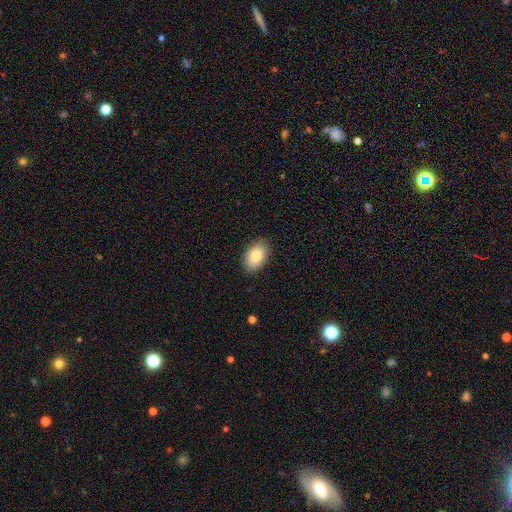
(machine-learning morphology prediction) A smooth galaxy with no disk features (84%) that is in between round and cigar-shaped (92%). Merging: none (88%).